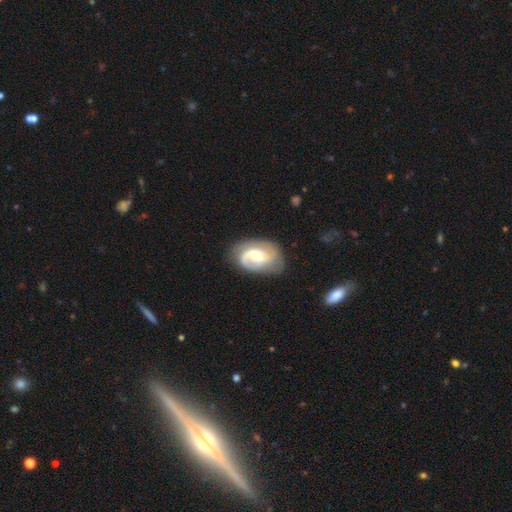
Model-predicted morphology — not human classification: Smooth or featured? Predicted: featured or disk (p=0.79). Edge-on disk? Predicted: no (p=0.97). Bar? Predicted: no (p=0.49). Spiral arms? Predicted: yes (p=0.95). Spiral winding? Predicted: medium (p=0.47). Spiral arm count? Predicted: 2 (p=0.66). Bulge size? Predicted: moderate (p=0.48). Merging? Predicted: none (p=0.67).